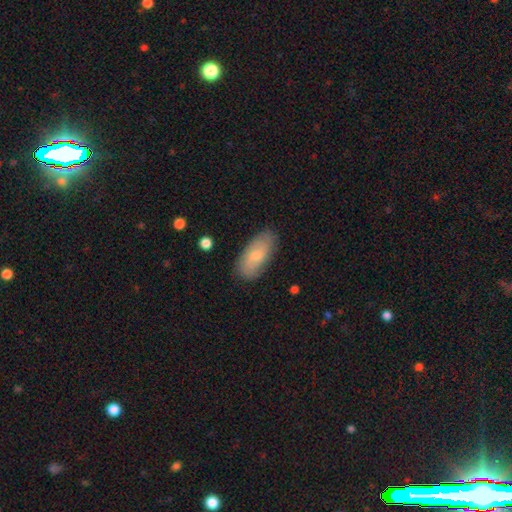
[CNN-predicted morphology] This is possibly a smooth galaxy (59%). How rounded: clearly in between (89%). Merging: clearly none (81%).